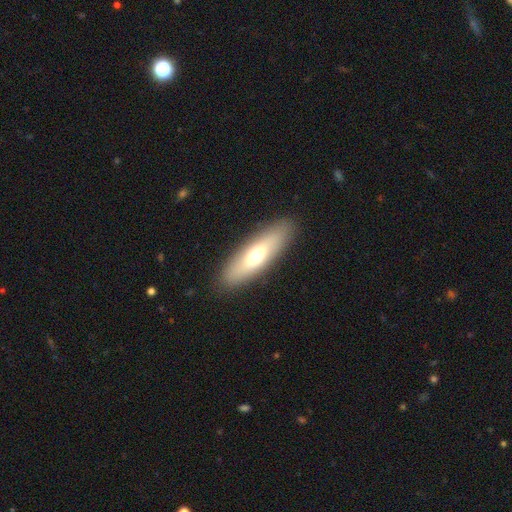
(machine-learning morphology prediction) Smooth or featured? smooth (61%)
How rounded? cigar-shaped (53%)
Merging? none (89%)